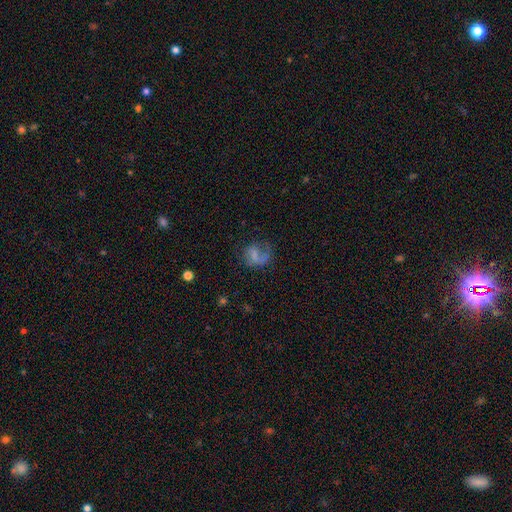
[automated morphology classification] Smooth or featured: smooth — 46% (featured or disk — 42%)
Merging: none — 39% (major disturbance — 38%)